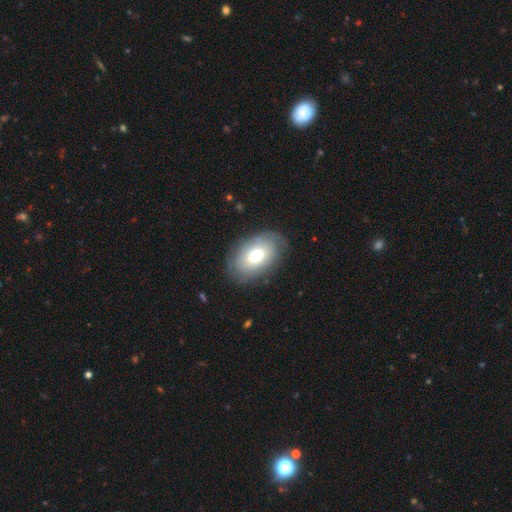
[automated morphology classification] Smooth or featured?
  - smooth: 66% *
  - featured or disk: 26%
  - star or artifact: 8%
How rounded?
  - in between: 88% *
  - round: 11%
  - cigar-shaped: 1%
Merging?
  - none: 80% *
  - minor disturbance: 14%
  - major disturbance: 5%
  - merger: 1%